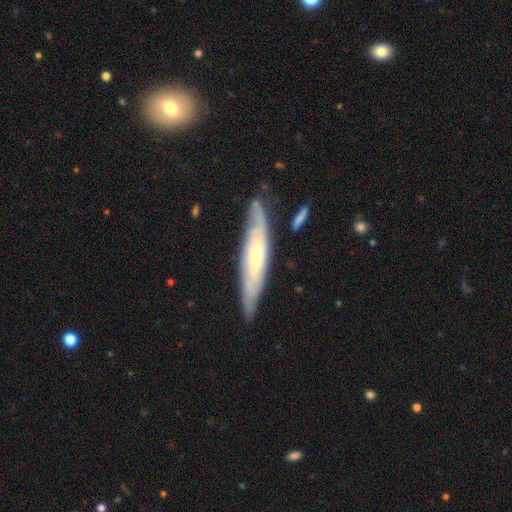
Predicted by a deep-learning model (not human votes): This is likely a featured or disk galaxy (69%). It is possibly not viewed edge-on (53%). Merging: clearly none (80%).